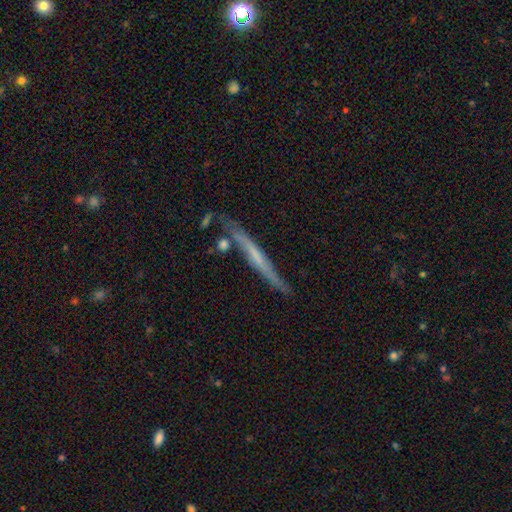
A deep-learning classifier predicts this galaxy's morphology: smooth_or_featured: featured or disk (p=0.61) [alt: smooth p=0.32]
disk_edge_on: yes (p=0.93) [alt: no p=0.07]
edge_on_bulge: none (p=0.68) [alt: rounded p=0.24]
merging: none (p=0.73) [alt: minor disturbance p=0.17]